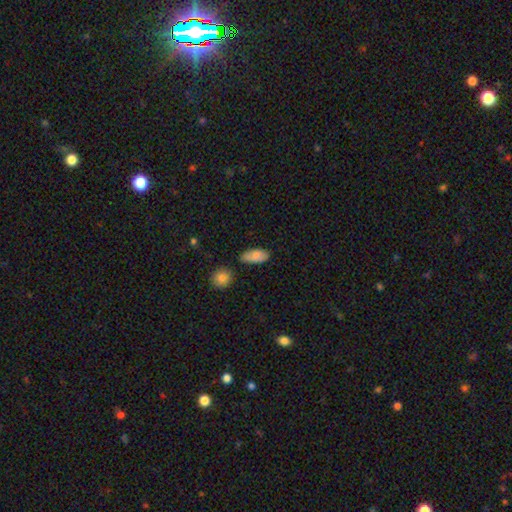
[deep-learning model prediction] Overall: smooth (84%). How rounded: in between (90%). Merging: none (71%).